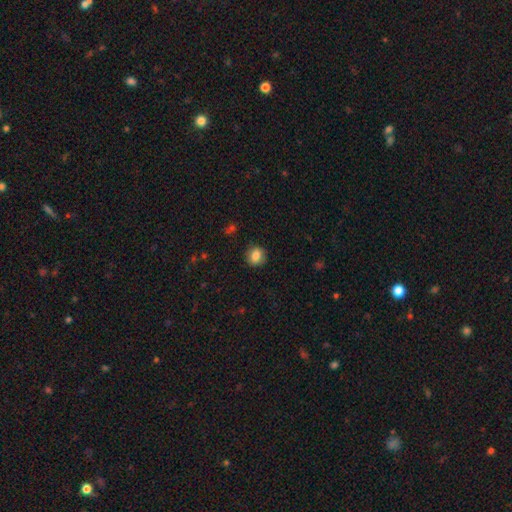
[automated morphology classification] Q: Smooth or featured?
A: smooth (84%); runner-up: star or artifact (9%)
Q: How rounded?
A: round (77%); runner-up: in between (22%)
Q: Merging?
A: none (87%); runner-up: minor disturbance (9%)